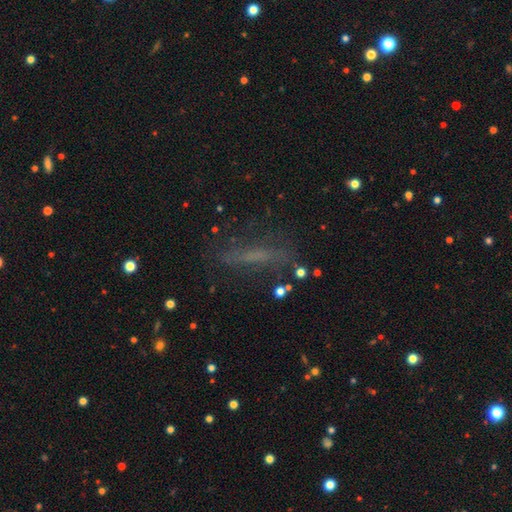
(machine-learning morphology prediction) A smooth galaxy with no disk features (42%).

Vote fractions:
- Smooth or featured? smooth: 42% / featured or disk: 36% / star or artifact: 22%
- Merging? none: 69% / minor disturbance: 17% / major disturbance: 10% / merger: 4%